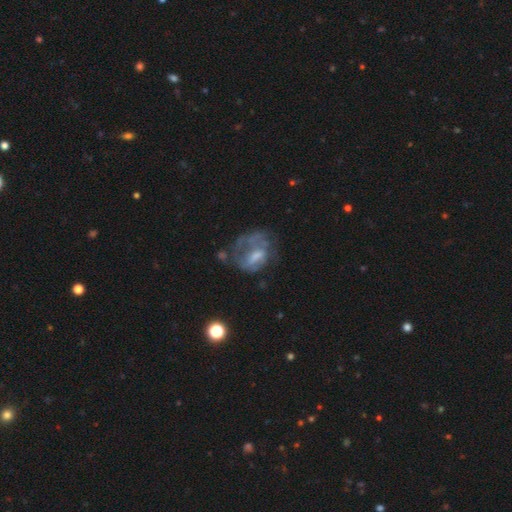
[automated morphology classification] The model was most divided on "merging": none: 38%, major disturbance: 35%, minor disturbance: 22%, merger: 5%. Remaining: edge-on disk — no (96%); smooth or featured — featured or disk (62%); spiral arms — yes (53%); bar — weak (44%); bulge size — moderate (35%).